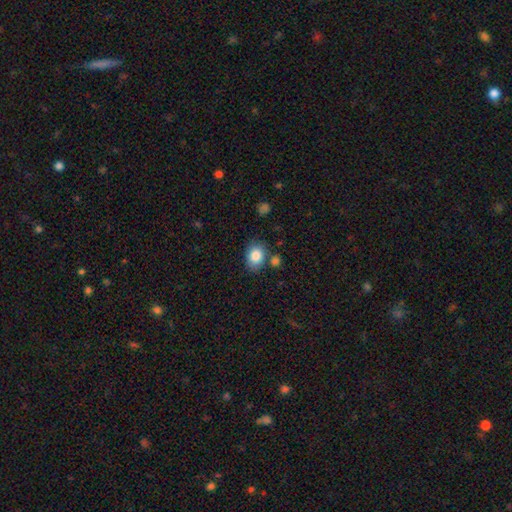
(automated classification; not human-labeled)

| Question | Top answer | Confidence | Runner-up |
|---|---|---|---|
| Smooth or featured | smooth | 85% | star or artifact (8%) |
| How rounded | in between | 64% | round (35%) |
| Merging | none | 74% | minor disturbance (15%) |